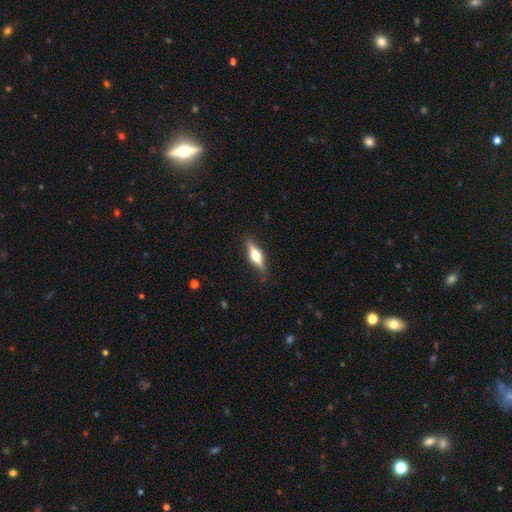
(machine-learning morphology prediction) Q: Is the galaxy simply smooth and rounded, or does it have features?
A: featured or disk — 61%.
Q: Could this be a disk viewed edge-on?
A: yes — 95%.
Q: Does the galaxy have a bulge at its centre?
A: rounded — 94%.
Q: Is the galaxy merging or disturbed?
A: none — 85%.